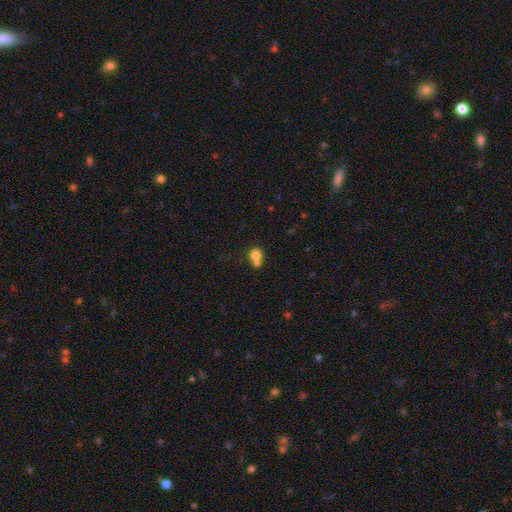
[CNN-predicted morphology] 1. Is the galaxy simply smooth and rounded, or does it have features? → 77% smooth, 11% featured or disk, 11% star or artifact.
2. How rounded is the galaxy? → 83% round, 16% in between, 1% cigar-shaped.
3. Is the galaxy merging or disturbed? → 53% merger, 37% none, 7% minor disturbance, 3% major disturbance.